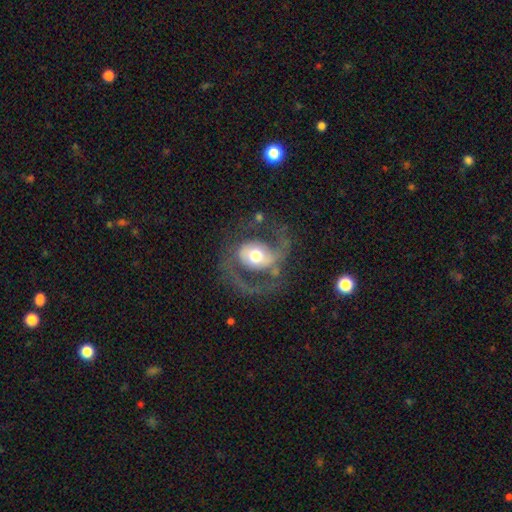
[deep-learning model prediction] This is likely a featured or disk galaxy (79%). It is clearly not viewed edge-on (97%). Bar: possibly no (51%). Spiral arm pattern: clearly yes (83%). Spiral arm count: clearly 2 (84%). Spiral winding: possibly medium (50%). Central bulge: likely moderate (65%). Merging: possibly none (56%).